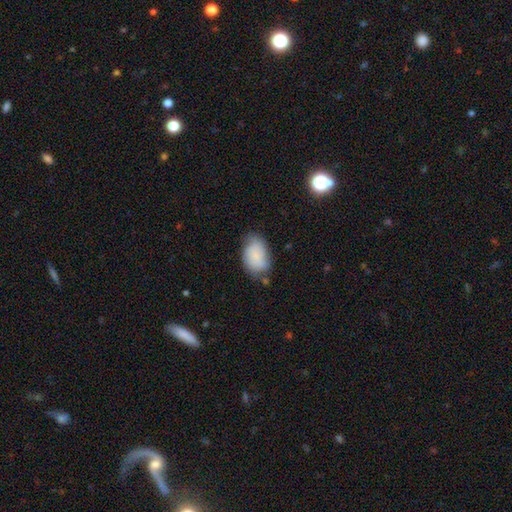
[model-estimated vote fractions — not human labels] The model was most divided on "merging": none: 56%, minor disturbance: 32%, major disturbance: 9%, merger: 3%. More confident: how rounded — in between (89%); smooth or featured — smooth (76%).